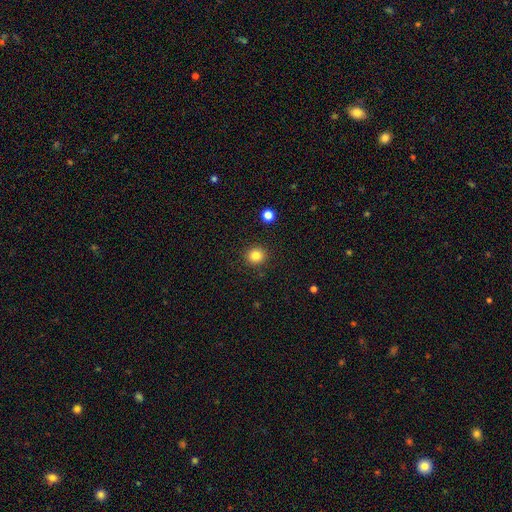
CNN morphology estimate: A smooth galaxy with no disk features (83%) that is round (92%).

Vote fractions:
- Smooth or featured? smooth: 83% / star or artifact: 11% / featured or disk: 5%
- How rounded? round: 92% / in between: 7% / cigar-shaped: 1%
- Merging? none: 91% / minor disturbance: 6% / major disturbance: 2% / merger: 2%